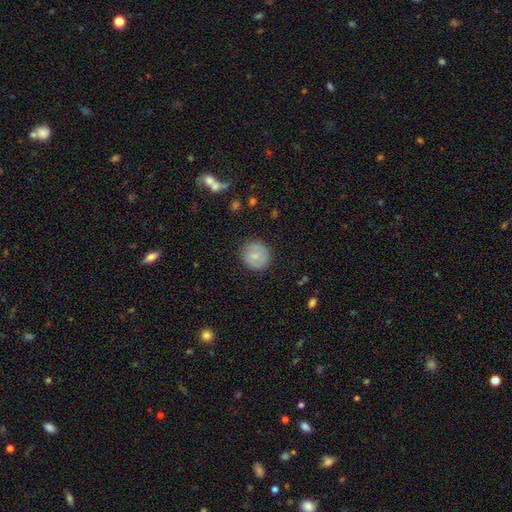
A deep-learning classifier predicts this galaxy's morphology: smooth_or_featured: smooth (p=0.72) [alt: featured or disk p=0.21]
how_rounded: round (p=0.88) [alt: in between p=0.11]
merging: none (p=0.86) [alt: minor disturbance p=0.10]